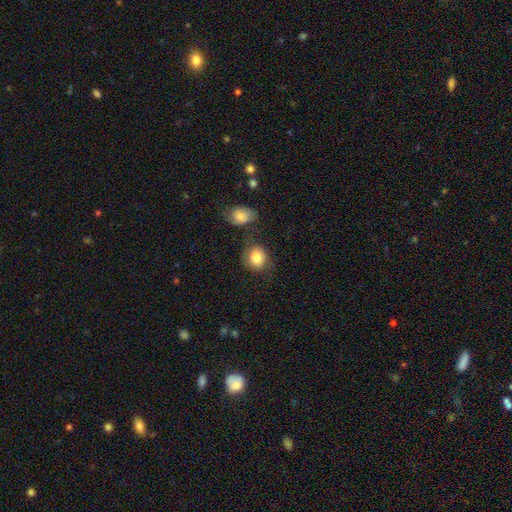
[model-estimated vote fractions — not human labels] Smooth or featured?
  - smooth: 83% *
  - featured or disk: 9%
  - star or artifact: 7%
How rounded?
  - round: 68% *
  - in between: 31%
  - cigar-shaped: 1%
Merging?
  - none: 61% *
  - minor disturbance: 18%
  - merger: 14%
  - major disturbance: 8%